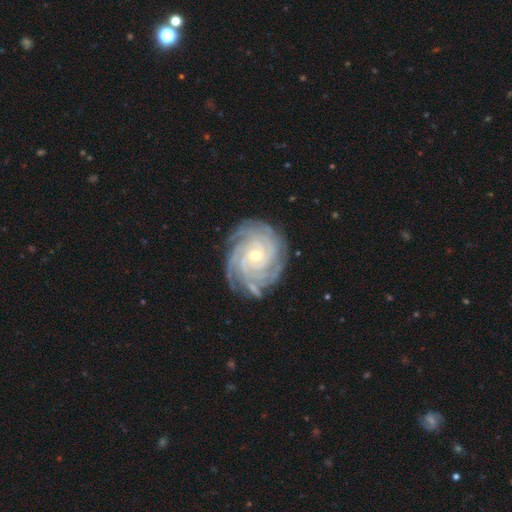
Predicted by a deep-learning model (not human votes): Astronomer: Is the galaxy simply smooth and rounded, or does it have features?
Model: featured or disk — 91%.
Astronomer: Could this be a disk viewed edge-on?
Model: no — 98%.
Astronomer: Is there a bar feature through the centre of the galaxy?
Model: no — 62%.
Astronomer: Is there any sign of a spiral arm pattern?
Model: yes — 98%.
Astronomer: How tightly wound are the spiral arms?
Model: tight — 85%.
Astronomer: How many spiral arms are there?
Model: more than 4 — 32% (runner-up: 4, 26%).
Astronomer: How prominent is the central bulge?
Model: small — 58% (runner-up: moderate, 39%).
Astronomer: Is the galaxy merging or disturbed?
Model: none — 82%.